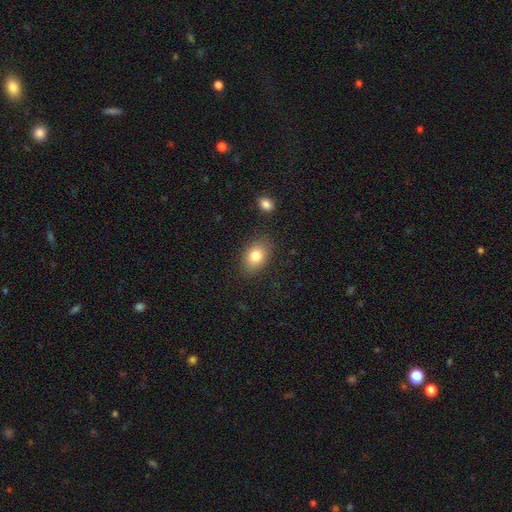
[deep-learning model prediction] A smooth galaxy with no disk features (81%) that is in between round and cigar-shaped (79%). Merging: none (84%).